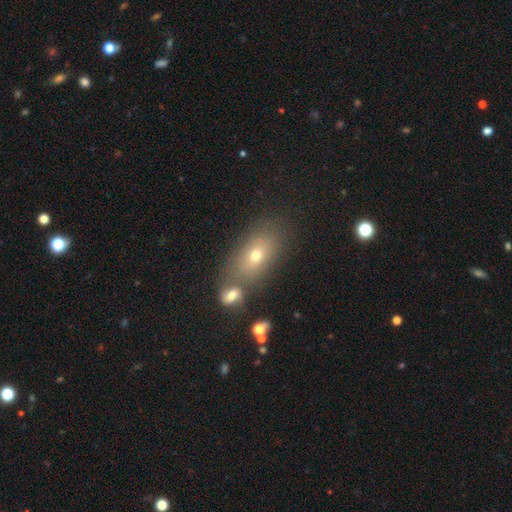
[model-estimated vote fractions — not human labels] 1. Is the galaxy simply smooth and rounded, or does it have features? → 66% smooth, 20% featured or disk, 14% star or artifact.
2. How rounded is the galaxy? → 82% in between, 14% round, 4% cigar-shaped.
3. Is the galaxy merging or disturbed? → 57% none, 26% merger, 12% minor disturbance, 5% major disturbance.